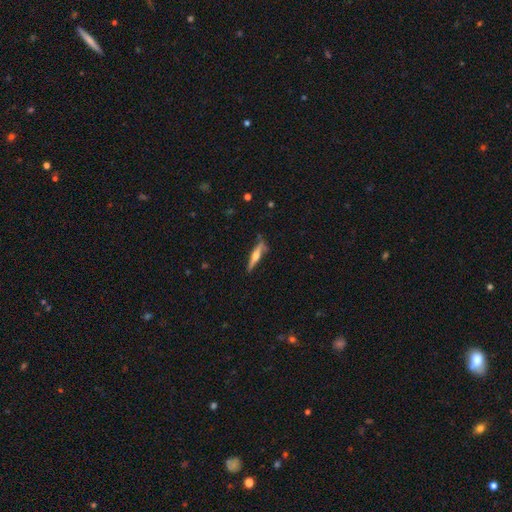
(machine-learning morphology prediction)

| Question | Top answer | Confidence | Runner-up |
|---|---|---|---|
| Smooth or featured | featured or disk | 63% | smooth (31%) |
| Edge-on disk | yes | 96% | no (4%) |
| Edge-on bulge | rounded | 91% | boxy (5%) |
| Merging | none | 76% | minor disturbance (17%) |